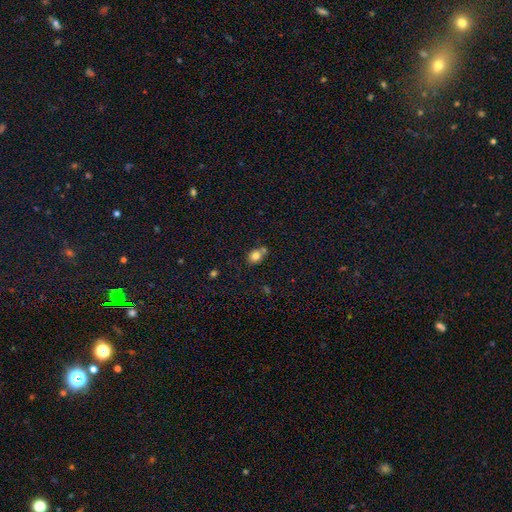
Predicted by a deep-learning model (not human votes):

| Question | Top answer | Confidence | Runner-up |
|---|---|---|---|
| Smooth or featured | smooth | 81% | star or artifact (11%) |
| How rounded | round | 62% | in between (37%) |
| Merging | none | 60% | merger (22%) |